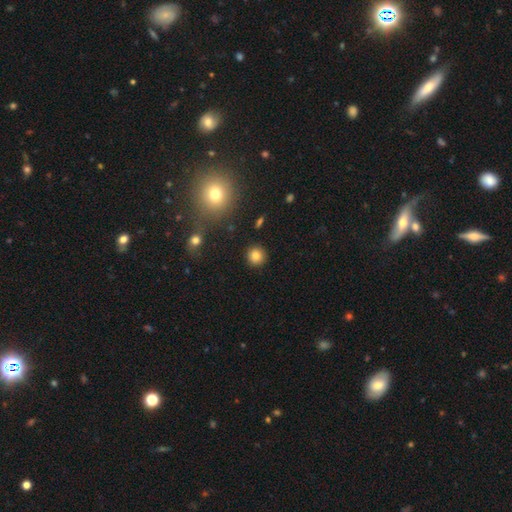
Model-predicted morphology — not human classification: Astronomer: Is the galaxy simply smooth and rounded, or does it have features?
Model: smooth — 83%.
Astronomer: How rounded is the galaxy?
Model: round — 92%.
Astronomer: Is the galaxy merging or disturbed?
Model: none — 90%.